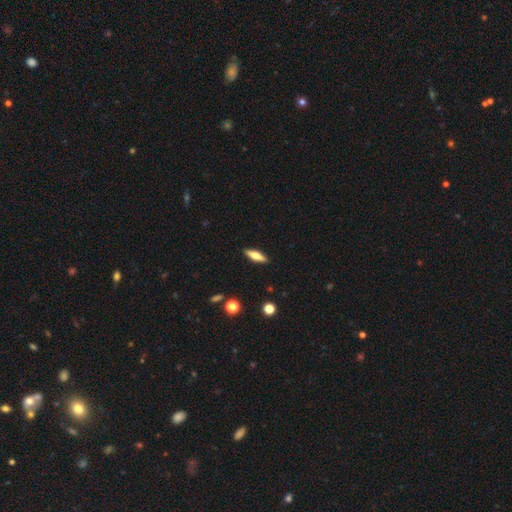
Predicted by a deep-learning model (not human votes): smooth 60%, featured or disk 33%, star or artifact 7%. Down the decision tree: how rounded — cigar-shaped (57%); merging — none (90%).